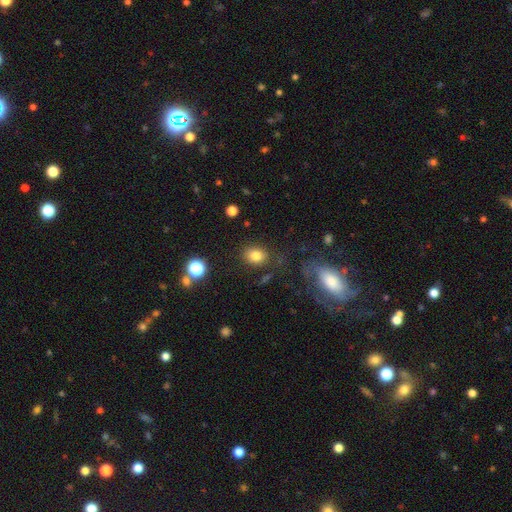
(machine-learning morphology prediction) The model was most divided on "how rounded": in between: 52%, round: 47%, cigar-shaped: 1%. More confident: smooth or featured — smooth (81%); merging — none (80%).